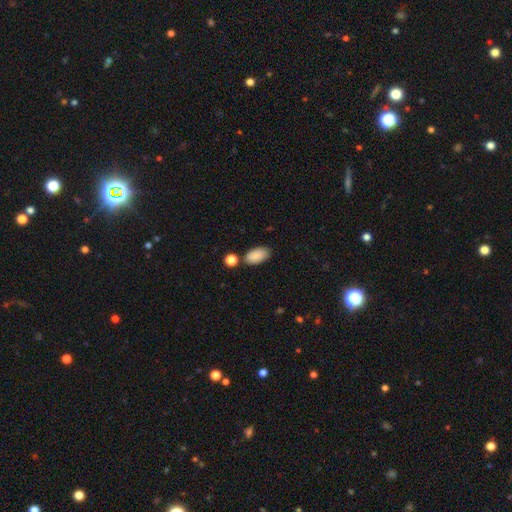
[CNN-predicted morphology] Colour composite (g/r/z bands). It shows a smooth galaxy with no disk features (87%) that is in between round and cigar-shaped (94%). Merging: none (76%).